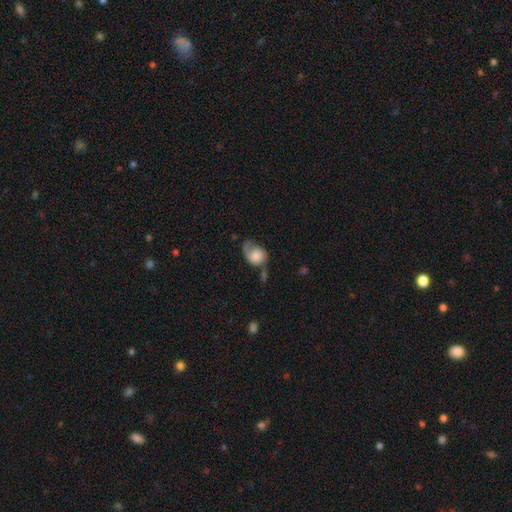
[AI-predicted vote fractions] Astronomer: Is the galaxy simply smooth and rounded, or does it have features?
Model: smooth — 47% (runner-up: featured or disk, 45%).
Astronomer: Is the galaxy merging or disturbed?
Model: none — 31%, tied with major disturbance at 31%.